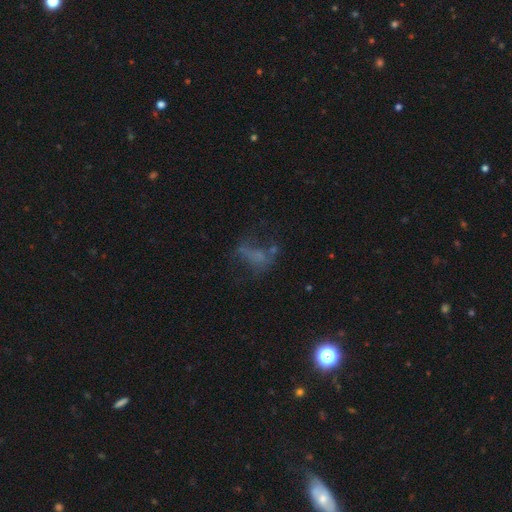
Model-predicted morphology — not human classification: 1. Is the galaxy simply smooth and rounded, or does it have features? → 39% featured or disk, 33% smooth, 28% star or artifact.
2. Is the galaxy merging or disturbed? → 40% none, 34% major disturbance, 18% minor disturbance, 8% merger.